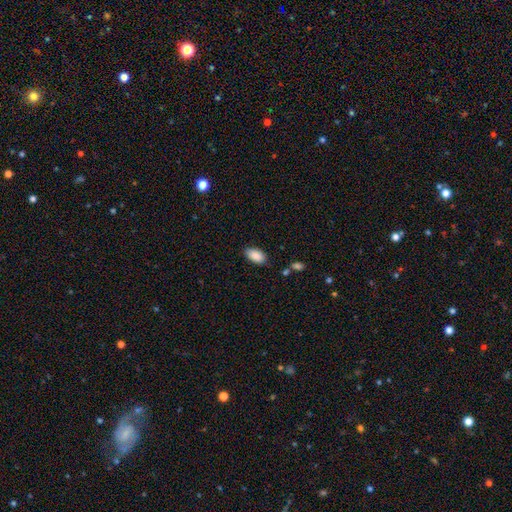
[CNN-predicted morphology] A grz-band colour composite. It shows a smooth galaxy with no disk features (90%) that is in between round and cigar-shaped (94%). Merging: none (84%).